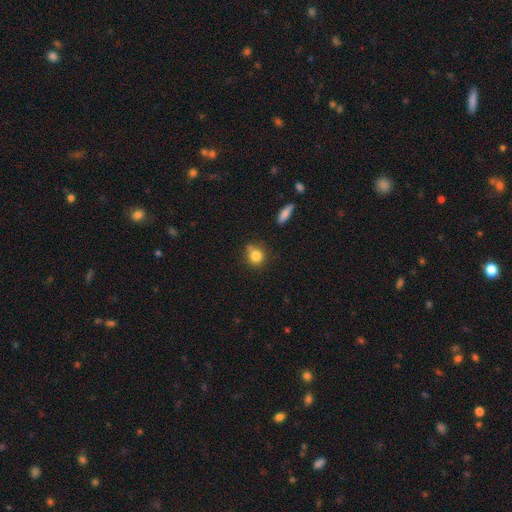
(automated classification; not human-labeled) This is clearly a smooth galaxy (81%). How rounded: likely round (78%). Merging: likely none (62%).